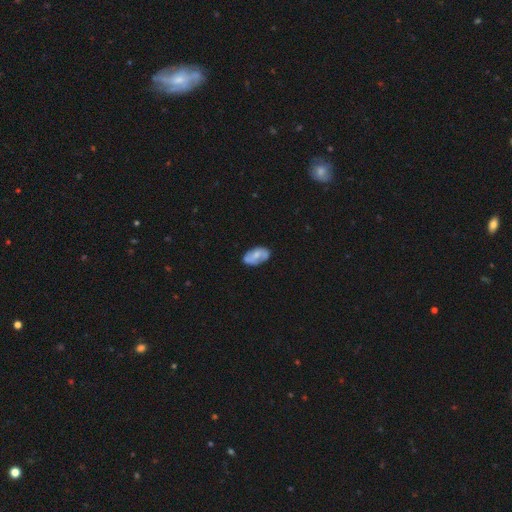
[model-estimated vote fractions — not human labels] This is possibly a smooth galaxy (48%). Merging: likely none (74%).